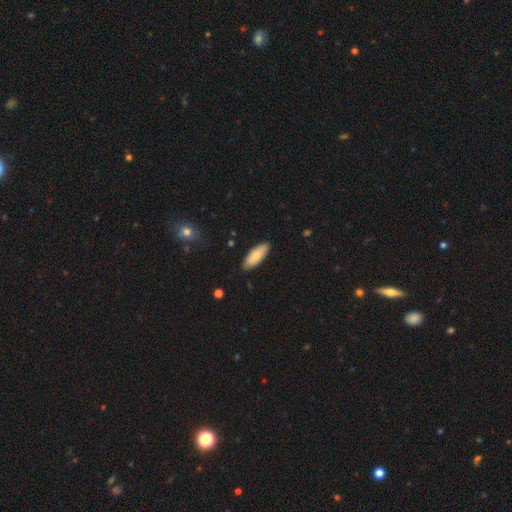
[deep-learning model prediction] Overall: smooth (80%). How rounded: in between (71%). Merging: none (86%).